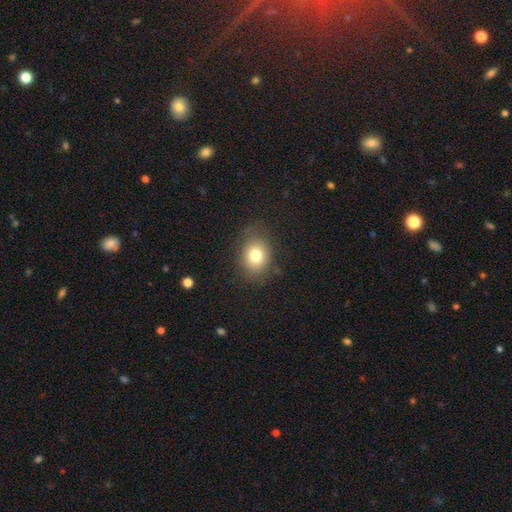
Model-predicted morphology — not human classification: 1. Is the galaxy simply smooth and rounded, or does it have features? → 78% smooth, 11% star or artifact, 11% featured or disk.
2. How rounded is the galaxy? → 50% in between, 49% round, 1% cigar-shaped.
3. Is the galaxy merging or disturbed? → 77% none, 16% minor disturbance, 6% major disturbance, 1% merger.